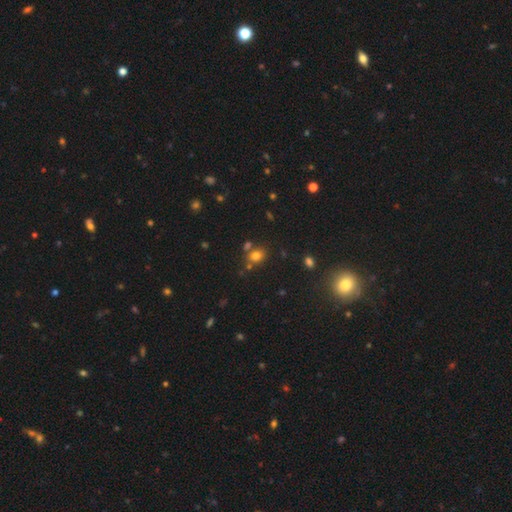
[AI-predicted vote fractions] Morphology: type=smooth (75%); roundness=round (57%); merging=none (66%).